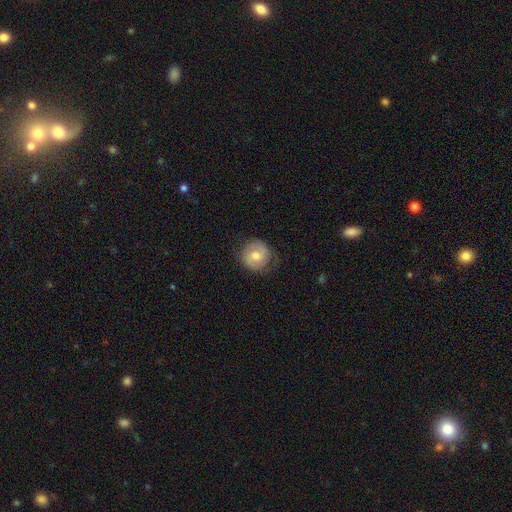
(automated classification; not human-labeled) A smooth galaxy with no disk features (56%) that is round (88%).

Vote fractions:
- Smooth or featured? smooth: 56% / featured or disk: 37% / star or artifact: 7%
- How rounded? round: 88% / in between: 11% / cigar-shaped: 1%
- Merging? none: 74% / minor disturbance: 19% / major disturbance: 6% / merger: 1%